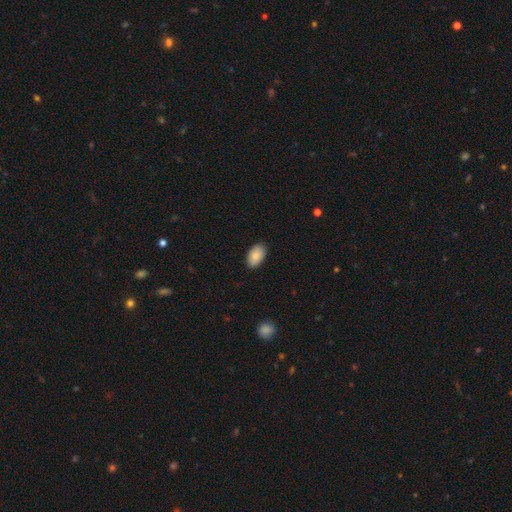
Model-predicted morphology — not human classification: type=smooth (87%); roundness=in between (94%); merging=none (87%).